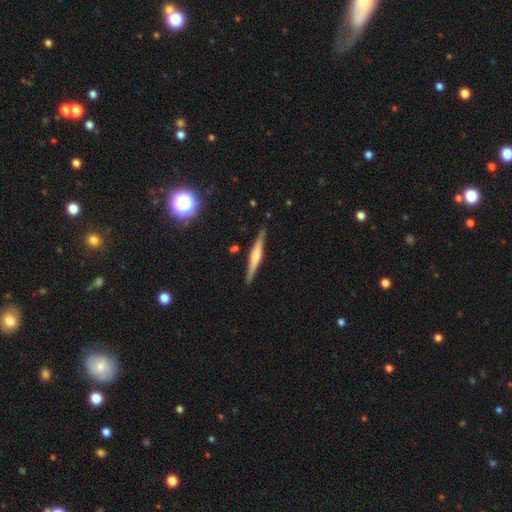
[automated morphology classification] Smooth or featured? featured or disk (67%)
Edge-on disk? yes (98%)
Edge-on bulge? rounded (66%)
Merging? none (89%)